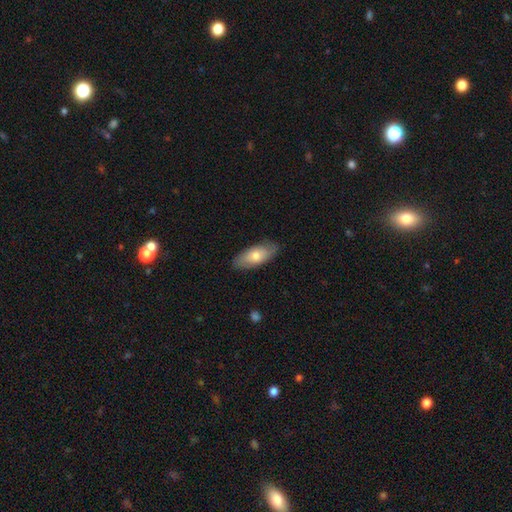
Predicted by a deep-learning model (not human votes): This appears to be a smooth galaxy with no disk features (69%) that is in between round and cigar-shaped (86%). Merging: none (84%).